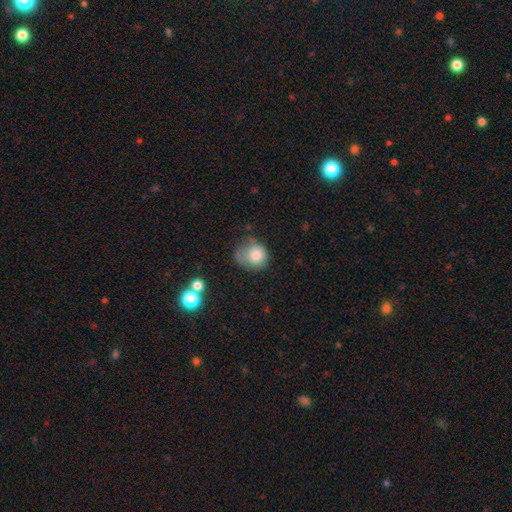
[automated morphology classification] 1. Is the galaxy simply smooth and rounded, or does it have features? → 77% smooth, 13% featured or disk, 9% star or artifact.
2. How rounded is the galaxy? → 73% round, 26% in between, 1% cigar-shaped.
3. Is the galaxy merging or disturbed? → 37% minor disturbance, 35% none, 24% major disturbance, 5% merger.